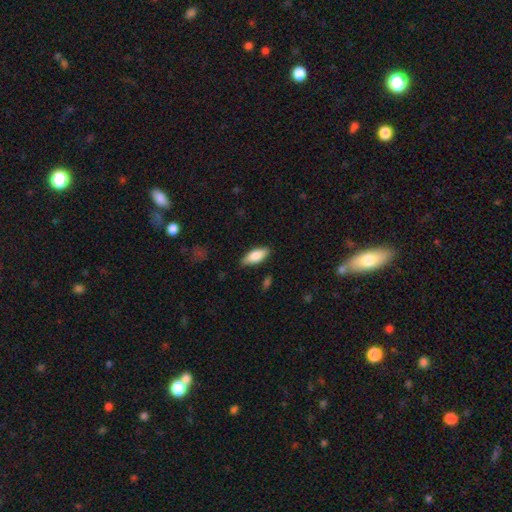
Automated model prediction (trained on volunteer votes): Smooth or featured?
  - smooth: 82% *
  - featured or disk: 12%
  - star or artifact: 6%
How rounded?
  - in between: 80% *
  - cigar-shaped: 18%
  - round: 2%
Merging?
  - none: 83% *
  - minor disturbance: 13%
  - major disturbance: 3%
  - merger: 1%